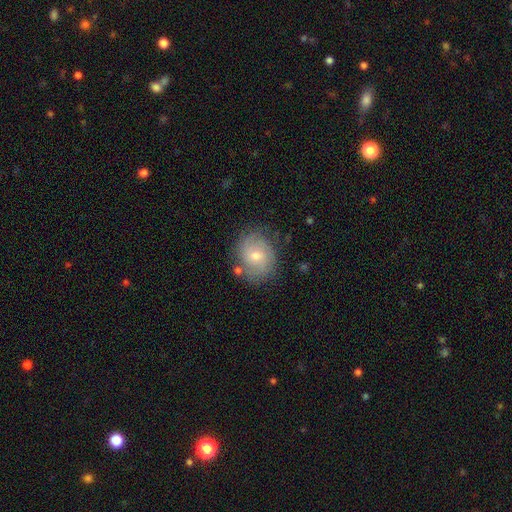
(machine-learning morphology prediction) The model was most divided on "smooth or featured": featured or disk: 49%, smooth: 41%, star or artifact: 9%. More confident: merging — none (75%).